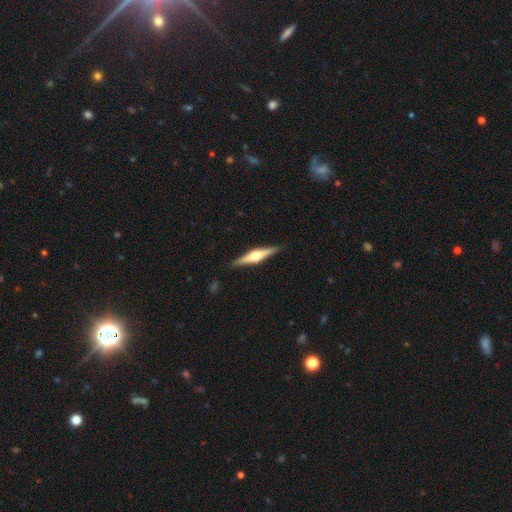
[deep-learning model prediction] A featured or disk galaxy (73%) viewed edge-on (98%) with a rounded central bulge (92%).

Vote fractions:
- Smooth or featured? featured or disk: 73% / smooth: 22% / star or artifact: 5%
- Edge-on disk? yes: 98% / no: 2%
- Edge-on bulge? rounded: 92% / boxy: 6% / none: 2%
- Merging? none: 90% / minor disturbance: 7% / major disturbance: 2% / merger: 1%